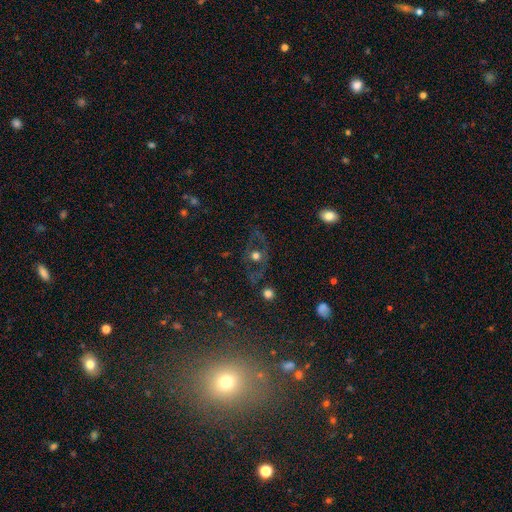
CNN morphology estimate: A featured or disk galaxy (45%).

Vote fractions:
- Smooth or featured? featured or disk: 45% / smooth: 36% / star or artifact: 18%
- Merging? none: 71% / minor disturbance: 14% / major disturbance: 11% / merger: 4%